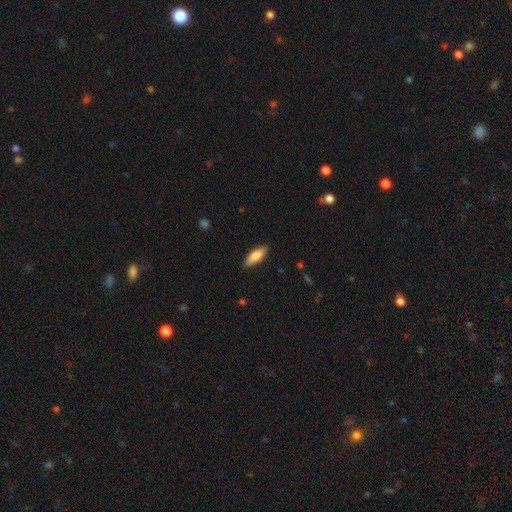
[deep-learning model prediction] Smooth or featured?
  - smooth: 86% *
  - featured or disk: 8%
  - star or artifact: 6%
How rounded?
  - in between: 72% *
  - cigar-shaped: 26%
  - round: 2%
Merging?
  - none: 87% *
  - minor disturbance: 10%
  - major disturbance: 2%
  - merger: 1%